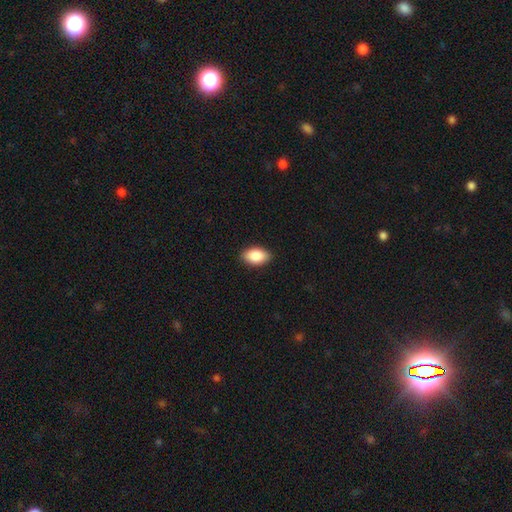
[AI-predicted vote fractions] smooth 88%, star or artifact 7%, featured or disk 5%. Down the decision tree: how rounded — in between (92%); merging — none (88%).